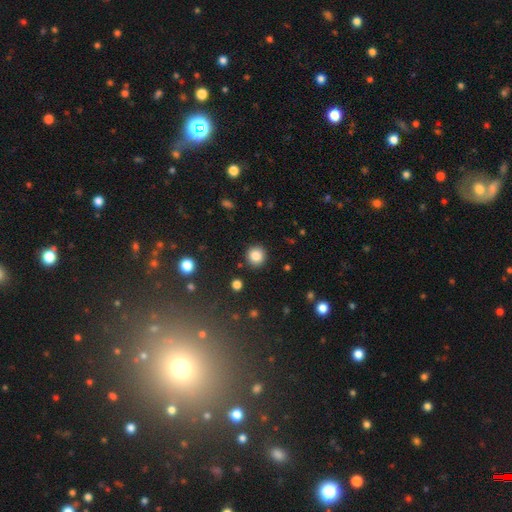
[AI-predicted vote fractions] A smooth galaxy with no disk features (85%) that is round (92%). Merging: none (90%).